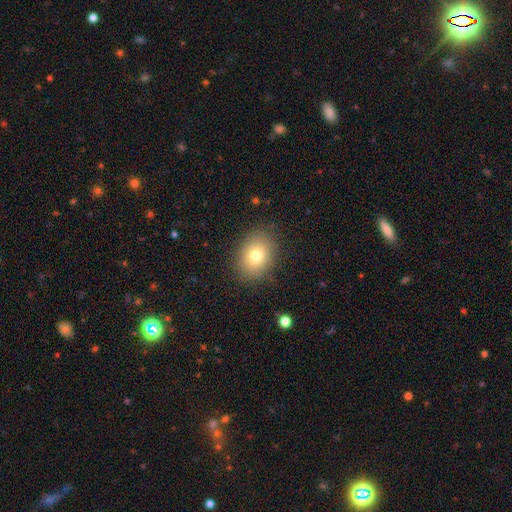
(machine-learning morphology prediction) Smooth or featured: smooth — 76% (featured or disk — 13%)
How rounded: in between — 66% (round — 33%)
Merging: none — 86% (minor disturbance — 9%)